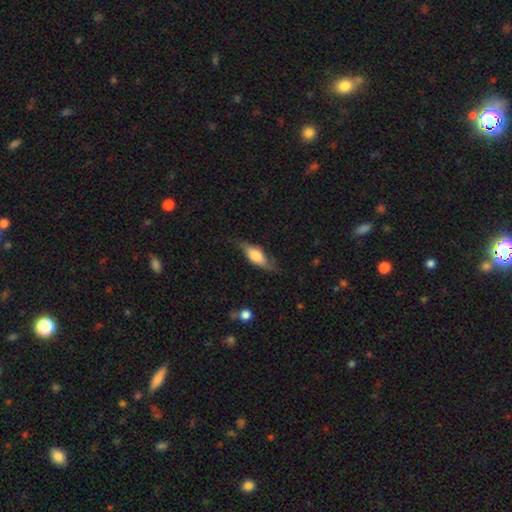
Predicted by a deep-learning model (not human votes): A smooth galaxy with no disk features (51%) that is in between round and cigar-shaped (66%). Merging: none (65%).